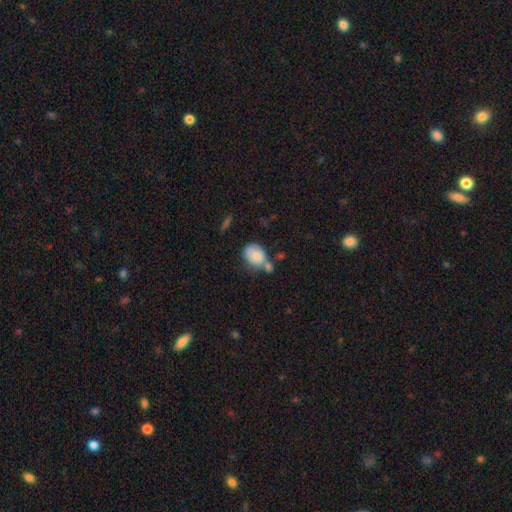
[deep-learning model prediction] Overall: smooth (78%). How rounded: round (54%; in between 45%). Merging: none (40%; merger 30%).